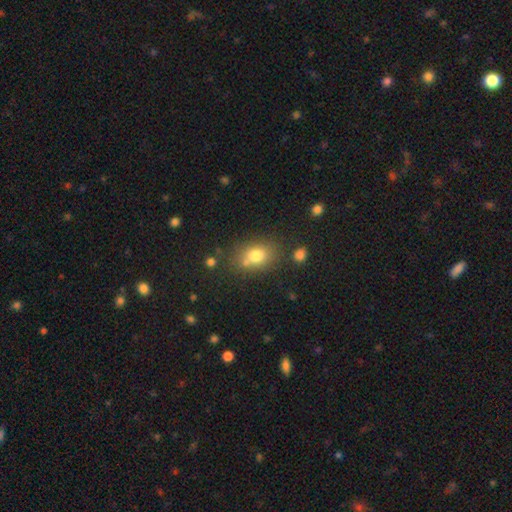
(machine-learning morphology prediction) The model was most divided on "how rounded": in between: 67%, round: 32%, cigar-shaped: 2%. More confident: smooth or featured — smooth (77%); merging — none (64%).